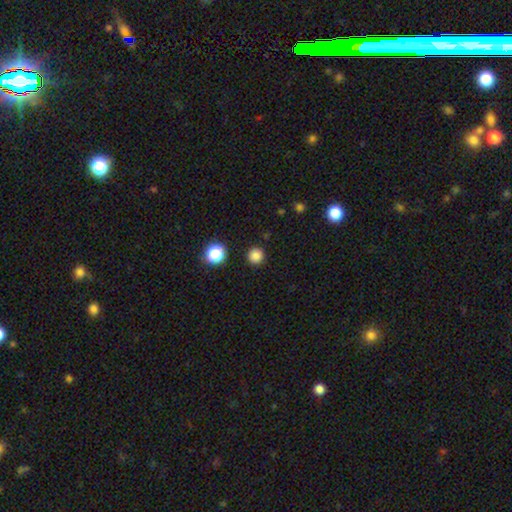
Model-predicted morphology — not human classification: Smooth or featured? smooth (83%)
How rounded? round (96%)
Merging? none (92%)